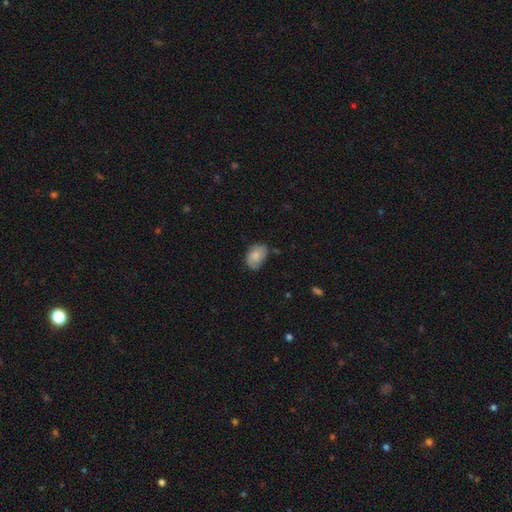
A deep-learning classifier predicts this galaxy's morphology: smooth 67%, featured or disk 25%, star or artifact 7%. Down the decision tree: how rounded — in between (77%); merging — none (65%).